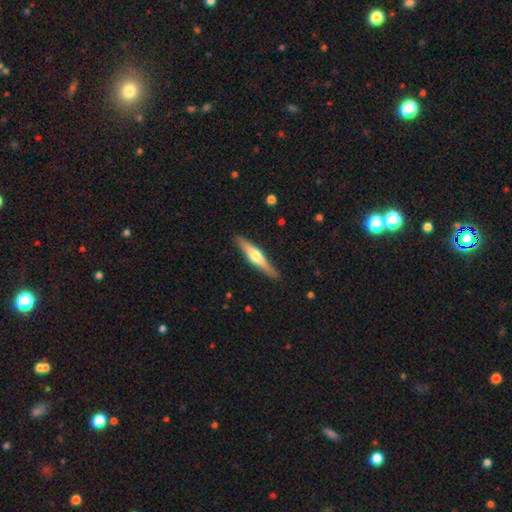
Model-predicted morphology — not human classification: The model was most divided on "smooth or featured": featured or disk: 63%, smooth: 32%, star or artifact: 5%. More confident: edge-on disk — yes (97%); edge-on bulge — rounded (92%); merging — none (90%).